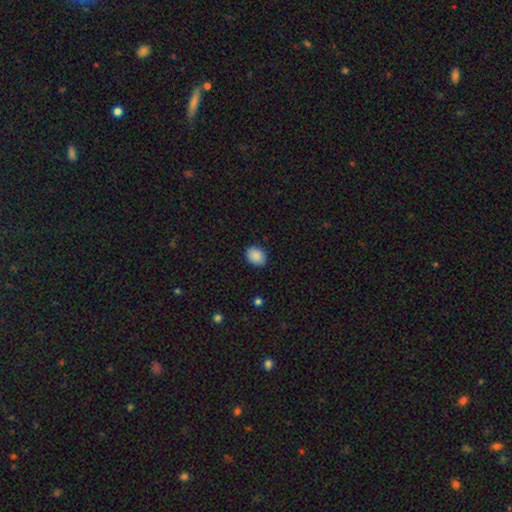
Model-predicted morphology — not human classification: Smooth or featured: smooth — 88% (star or artifact — 8%)
How rounded: in between — 60% (round — 39%)
Merging: none — 88% (minor disturbance — 9%)